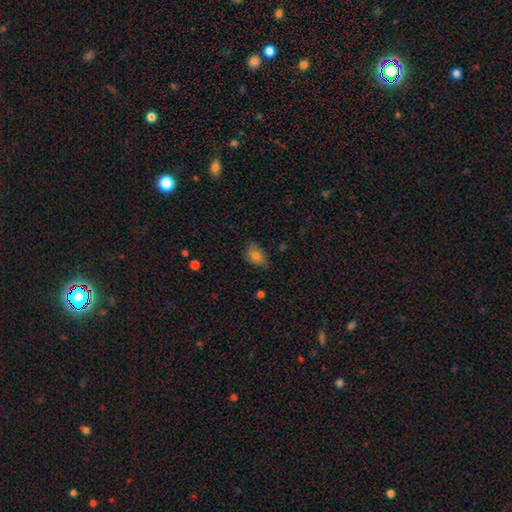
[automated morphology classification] Overall: smooth (79%). How rounded: in between (85%). Merging: none (70%).